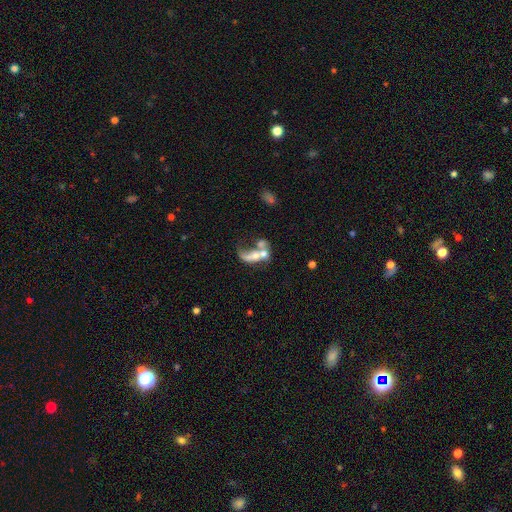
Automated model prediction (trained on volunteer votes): Morphology: type=featured or disk (52%); edge-on=no (95%); merging=merger (63%).